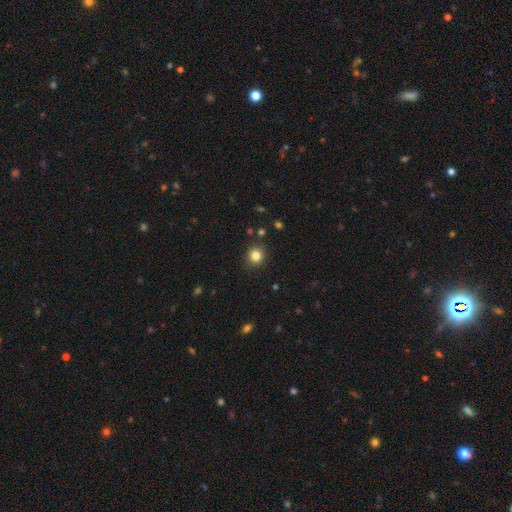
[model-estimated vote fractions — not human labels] A smooth galaxy with no disk features (82%) that is round (90%). Merging: none (88%).